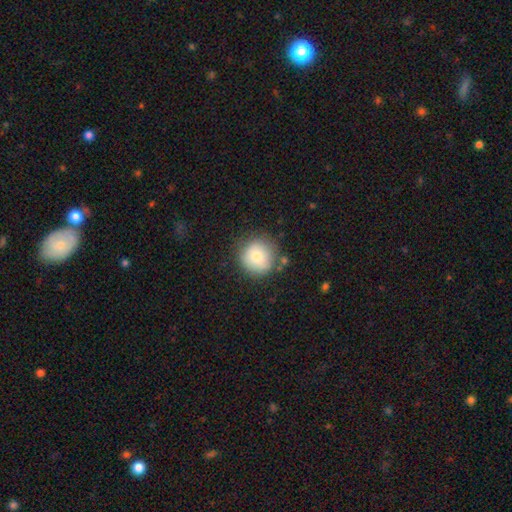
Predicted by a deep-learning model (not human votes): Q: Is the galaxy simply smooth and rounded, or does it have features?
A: smooth — 80%.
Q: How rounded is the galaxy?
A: round — 92%.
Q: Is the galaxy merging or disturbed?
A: none — 78%.